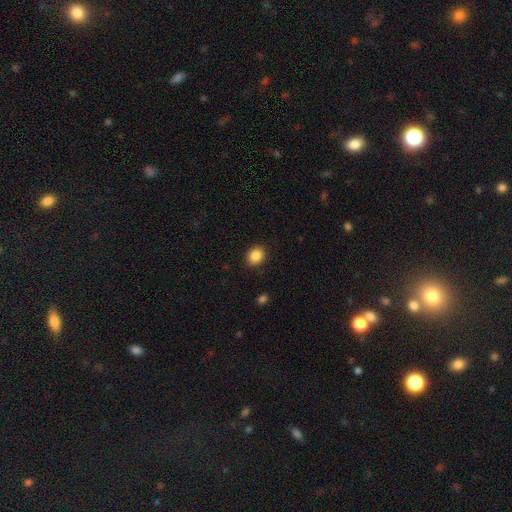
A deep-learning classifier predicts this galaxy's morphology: smooth_or_featured: smooth (p=0.87) [alt: star or artifact p=0.09]
how_rounded: round (p=0.60) [alt: in between p=0.39]
merging: none (p=0.89) [alt: minor disturbance p=0.07]